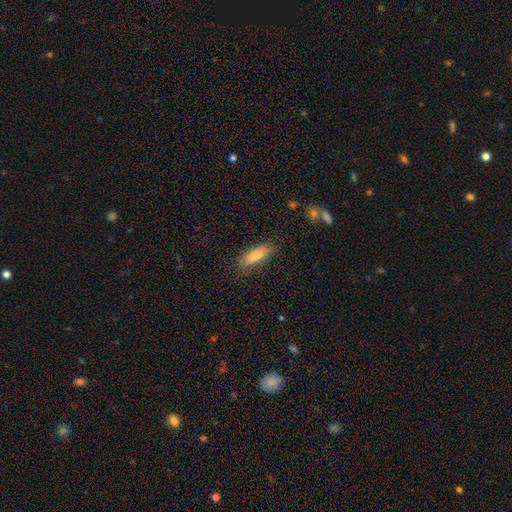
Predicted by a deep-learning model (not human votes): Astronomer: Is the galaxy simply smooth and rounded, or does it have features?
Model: smooth — 75%.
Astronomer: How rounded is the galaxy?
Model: cigar-shaped — 52% (runner-up: in between, 46%).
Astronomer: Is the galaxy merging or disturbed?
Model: none — 81%.